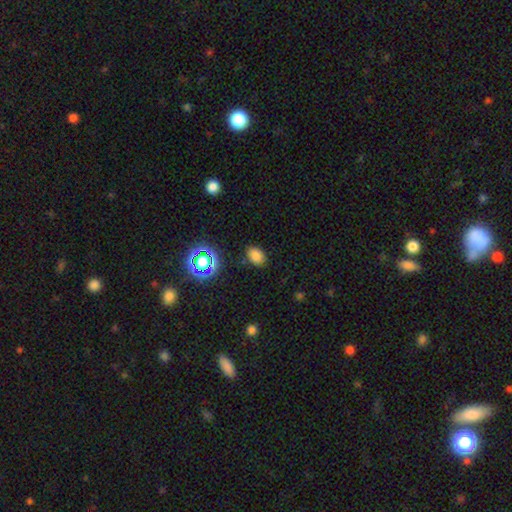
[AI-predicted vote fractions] Overall: smooth (76%). How rounded: in between (76%). Merging: none (84%).